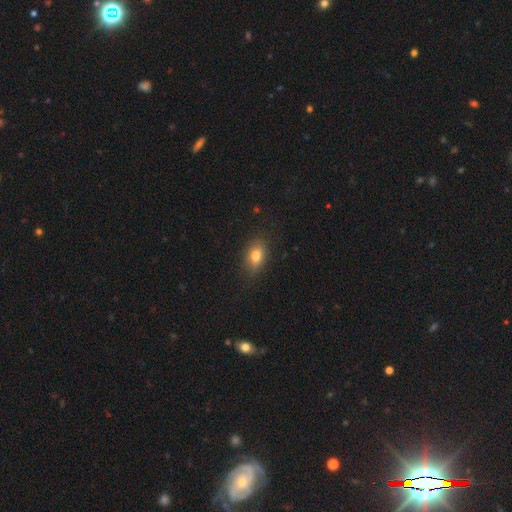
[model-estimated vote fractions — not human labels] smooth_or_featured: smooth (p=0.79) [alt: featured or disk p=0.11]
how_rounded: in between (p=0.83) [alt: round p=0.14]
merging: none (p=0.83) [alt: minor disturbance p=0.13]